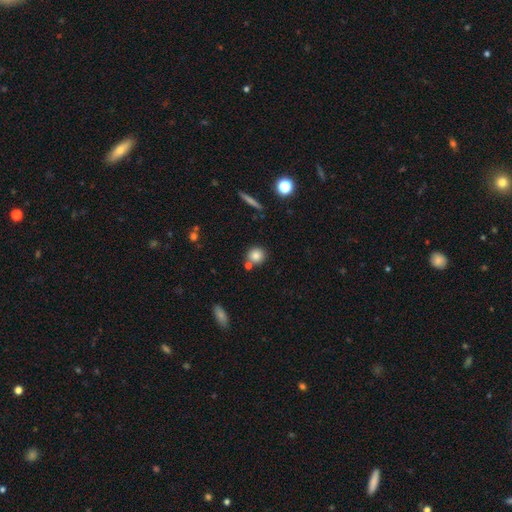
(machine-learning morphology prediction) Q: Smooth or featured?
A: smooth (81%); runner-up: star or artifact (10%)
Q: How rounded?
A: round (88%); runner-up: in between (10%)
Q: Merging?
A: none (71%); runner-up: merger (17%)